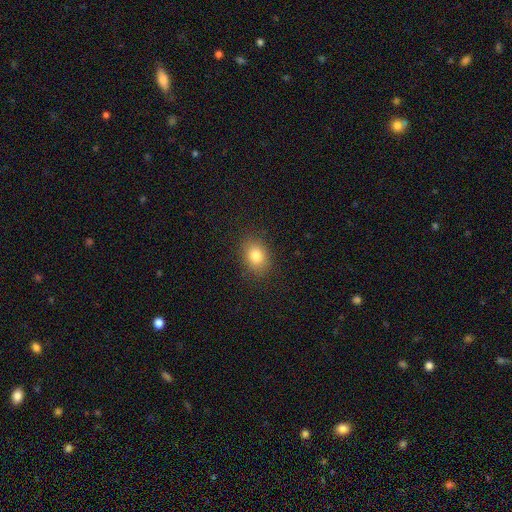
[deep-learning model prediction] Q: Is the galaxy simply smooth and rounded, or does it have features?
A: smooth — 82%.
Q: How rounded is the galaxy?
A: in between — 68%.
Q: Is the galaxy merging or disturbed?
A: none — 86%.